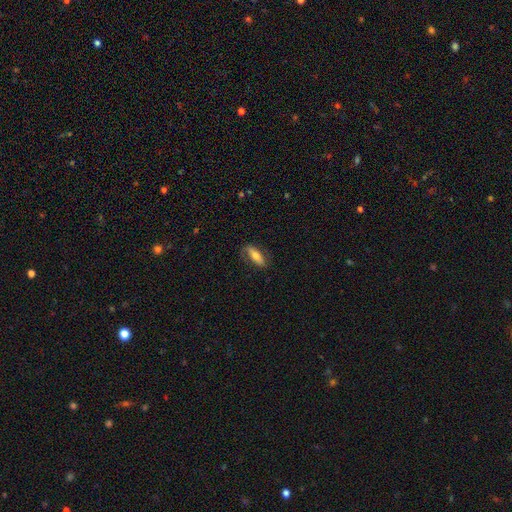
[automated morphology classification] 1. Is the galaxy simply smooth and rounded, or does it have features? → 53% smooth, 41% featured or disk, 7% star or artifact.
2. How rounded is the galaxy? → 64% in between, 33% cigar-shaped, 3% round.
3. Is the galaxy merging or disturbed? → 71% none, 19% minor disturbance, 8% major disturbance, 1% merger.